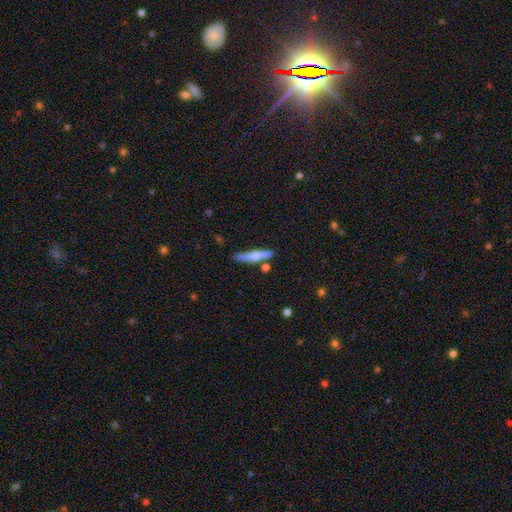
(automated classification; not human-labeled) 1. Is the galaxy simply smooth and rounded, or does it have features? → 58% smooth, 36% featured or disk, 6% star or artifact.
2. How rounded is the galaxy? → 88% cigar-shaped, 10% in between, 2% round.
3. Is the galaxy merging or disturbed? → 74% none, 14% minor disturbance, 9% merger, 3% major disturbance.